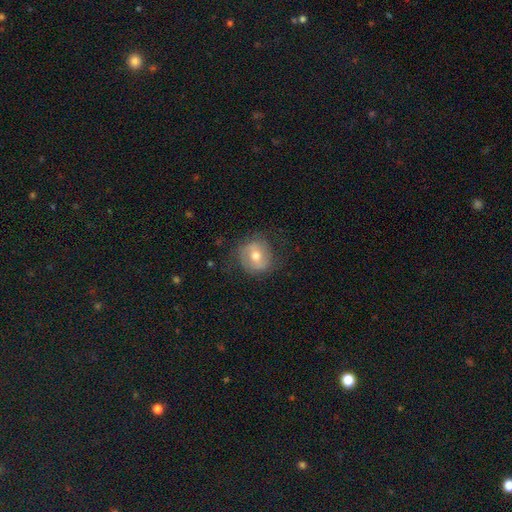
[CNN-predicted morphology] Smooth or featured? featured or disk (47%)
Merging? none (74%)